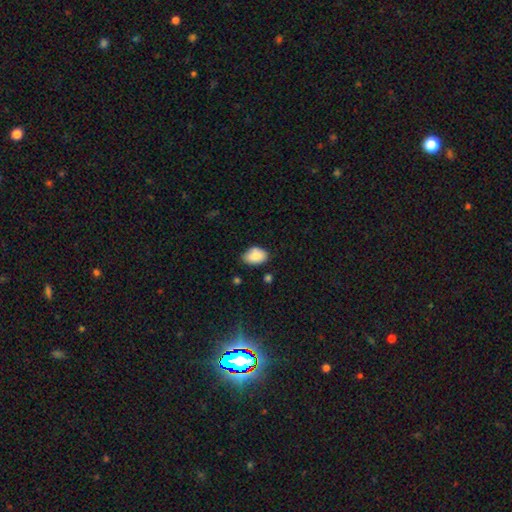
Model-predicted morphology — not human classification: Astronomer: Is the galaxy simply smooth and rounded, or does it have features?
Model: smooth — 86%.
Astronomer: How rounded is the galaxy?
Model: in between — 84%.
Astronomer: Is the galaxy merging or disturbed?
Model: none — 67%.